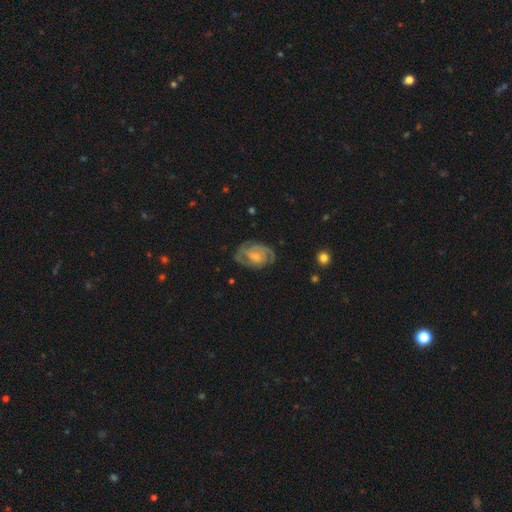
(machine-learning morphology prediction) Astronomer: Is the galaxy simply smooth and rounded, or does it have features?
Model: featured or disk — 81%.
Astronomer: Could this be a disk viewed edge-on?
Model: no — 97%.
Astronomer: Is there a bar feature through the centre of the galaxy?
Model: no — 50% (runner-up: weak, 41%).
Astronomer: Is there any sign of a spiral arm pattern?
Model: yes — 94%.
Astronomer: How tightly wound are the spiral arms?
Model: tight — 48% (runner-up: medium, 41%).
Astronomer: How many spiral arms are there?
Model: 2 — 61%.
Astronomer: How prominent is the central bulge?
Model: small — 58%.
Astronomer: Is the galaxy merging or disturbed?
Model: none — 70%.